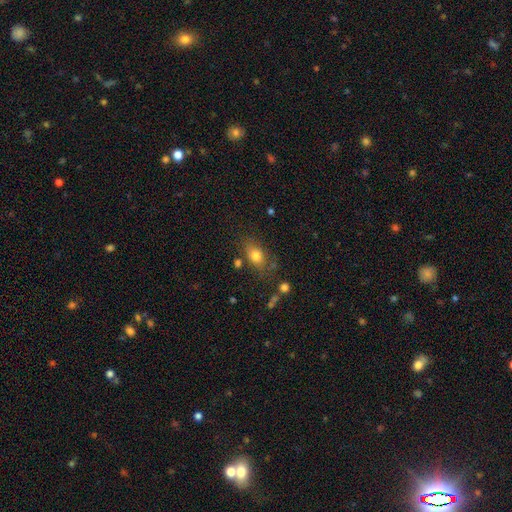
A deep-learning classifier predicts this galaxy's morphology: Smooth or featured?
  - smooth: 77% *
  - featured or disk: 13%
  - star or artifact: 11%
How rounded?
  - in between: 76% *
  - round: 19%
  - cigar-shaped: 5%
Merging?
  - none: 68% *
  - minor disturbance: 18%
  - merger: 7%
  - major disturbance: 7%